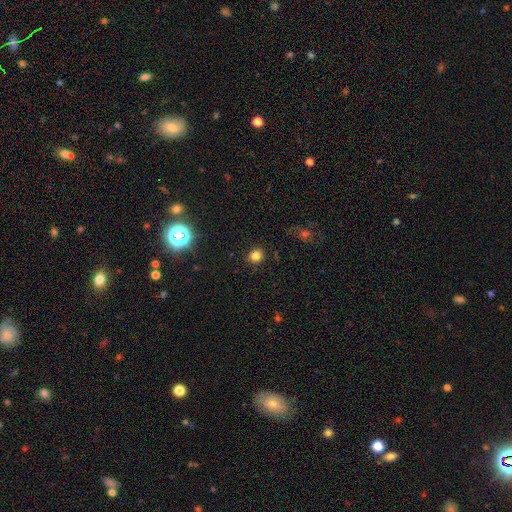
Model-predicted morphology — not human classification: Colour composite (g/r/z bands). It shows a smooth galaxy with no disk features (79%) that is round (83%). Merging: none (89%).